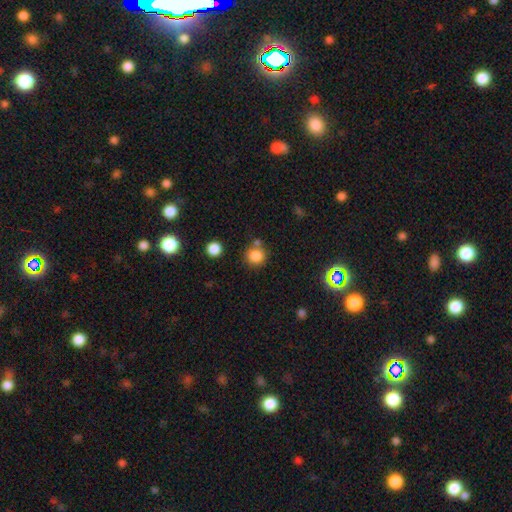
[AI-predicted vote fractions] smooth_or_featured: smooth (p=0.83) [alt: star or artifact p=0.12]
how_rounded: round (p=0.89) [alt: in between p=0.10]
merging: none (p=0.70) [alt: merger p=0.15]